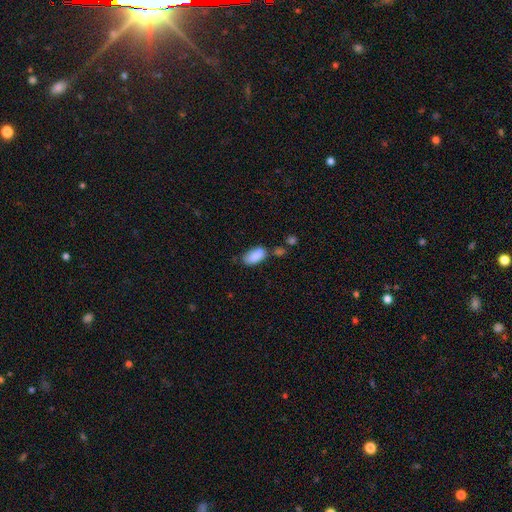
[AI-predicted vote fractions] smooth-or-featured: smooth: 87% | star or artifact: 7% | featured or disk: 6%
  how-rounded: in between: 92% | cigar-shaped: 5% | round: 3%
  merging: none: 64% | minor disturbance: 23% | merger: 9% | major disturbance: 5%